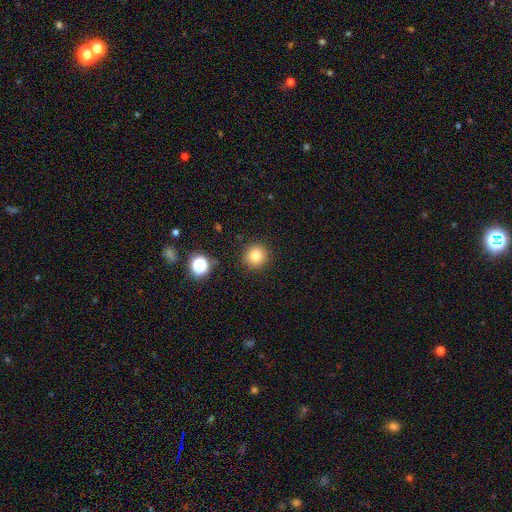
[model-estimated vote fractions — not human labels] Smooth or featured?
  - smooth: 79% *
  - star or artifact: 14%
  - featured or disk: 7%
How rounded?
  - round: 94% *
  - in between: 5%
  - cigar-shaped: 1%
Merging?
  - none: 90% *
  - minor disturbance: 6%
  - major disturbance: 2%
  - merger: 2%